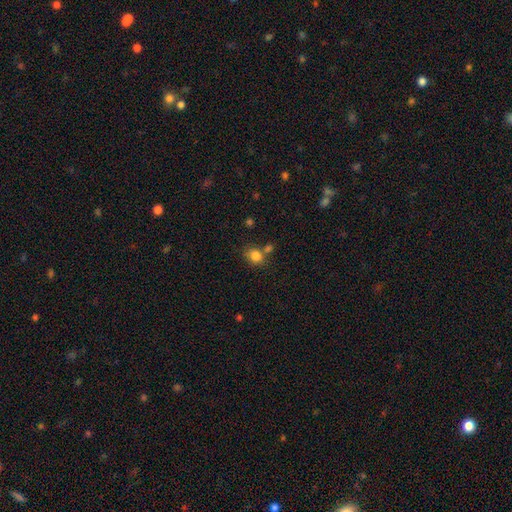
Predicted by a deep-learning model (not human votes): Smooth or featured?
  - smooth: 83% *
  - star or artifact: 11%
  - featured or disk: 6%
How rounded?
  - round: 59% *
  - in between: 40%
  - cigar-shaped: 1%
Merging?
  - none: 61% *
  - merger: 19%
  - minor disturbance: 15%
  - major disturbance: 5%